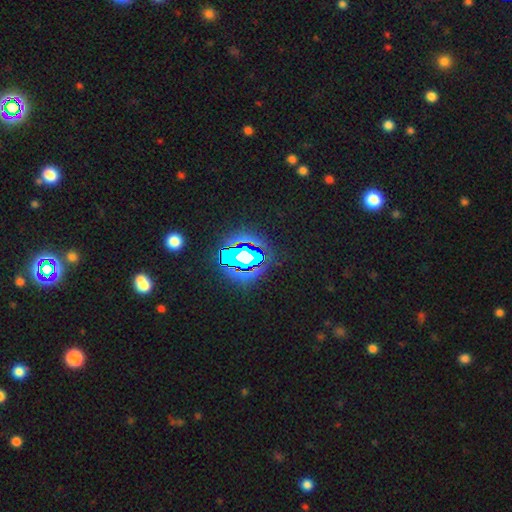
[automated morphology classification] smooth-or-featured: star or artifact: 82% | smooth: 11% | featured or disk: 7%